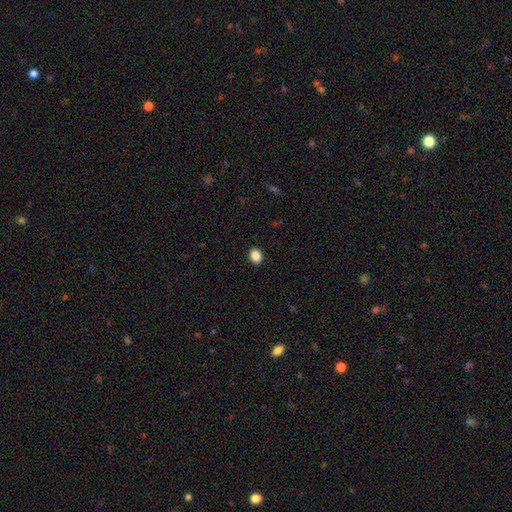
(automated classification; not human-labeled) Smooth or featured?
  - smooth: 88% *
  - star or artifact: 9%
  - featured or disk: 3%
How rounded?
  - in between: 55% *
  - round: 44%
  - cigar-shaped: 1%
Merging?
  - none: 91% *
  - minor disturbance: 6%
  - major disturbance: 2%
  - merger: 1%